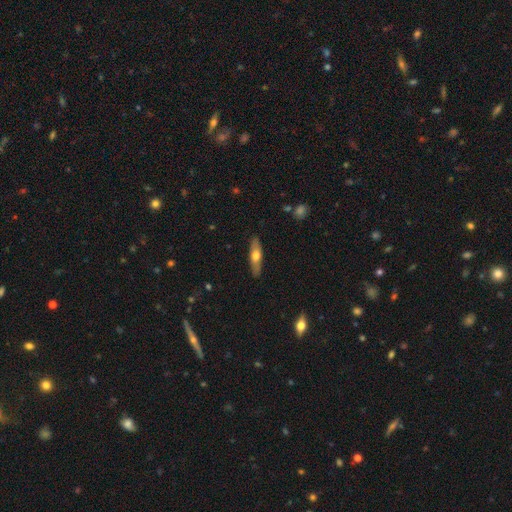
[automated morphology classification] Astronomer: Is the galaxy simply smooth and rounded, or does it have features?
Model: smooth — 53% (runner-up: featured or disk, 41%).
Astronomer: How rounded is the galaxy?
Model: cigar-shaped — 65%.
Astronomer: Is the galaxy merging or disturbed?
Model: none — 87%.